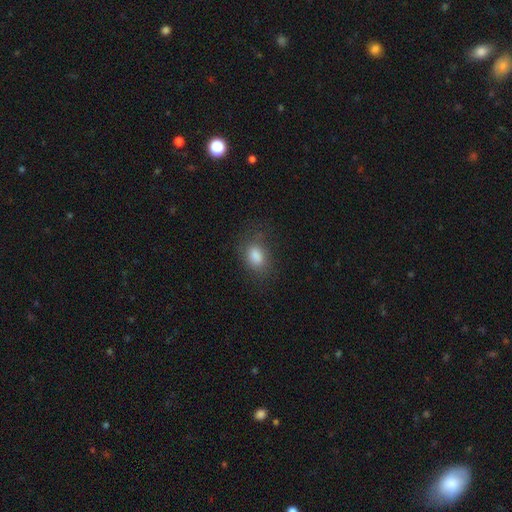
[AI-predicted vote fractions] Smooth or featured: smooth — 82% (star or artifact — 10%)
How rounded: in between — 77% (round — 22%)
Merging: none — 73% (minor disturbance — 18%)